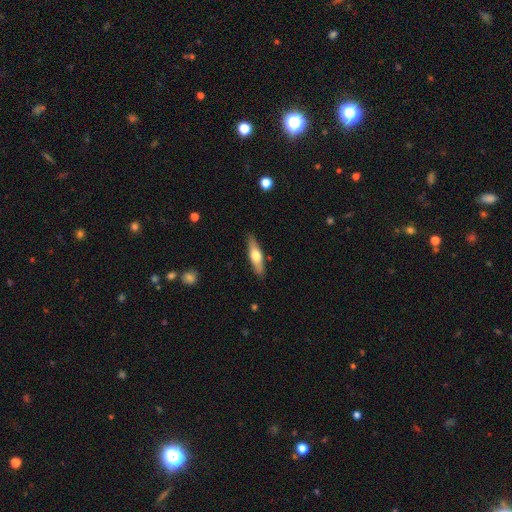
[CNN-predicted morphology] smooth_or_featured: smooth (p=0.49) [alt: featured or disk p=0.46]
merging: none (p=0.88) [alt: minor disturbance p=0.08]